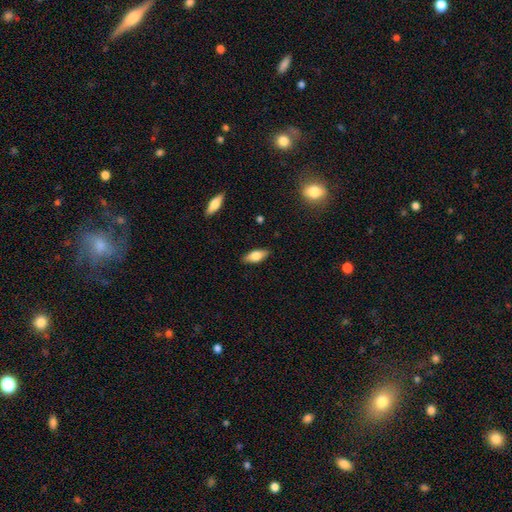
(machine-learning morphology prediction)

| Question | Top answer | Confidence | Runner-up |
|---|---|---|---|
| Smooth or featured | smooth | 71% | featured or disk (23%) |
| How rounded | in between | 80% | cigar-shaped (18%) |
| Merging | none | 86% | minor disturbance (11%) |